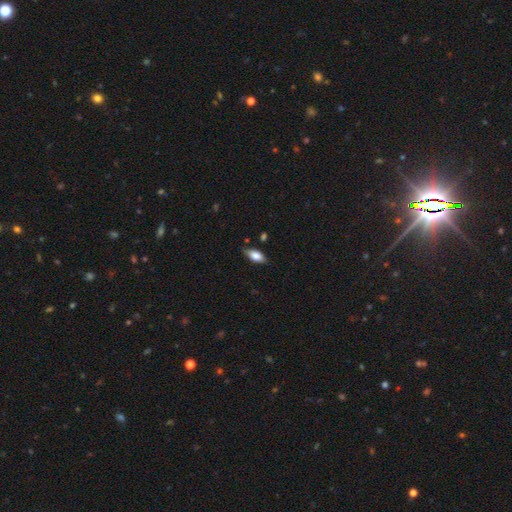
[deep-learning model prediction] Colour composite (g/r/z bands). It shows a smooth galaxy with no disk features (76%) that is in between round and cigar-shaped (87%). Merging: none (77%).